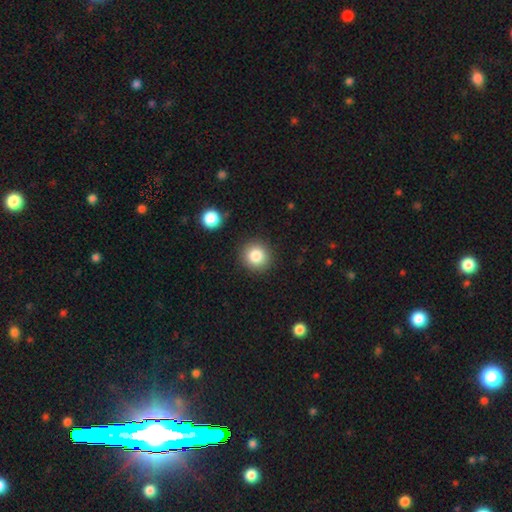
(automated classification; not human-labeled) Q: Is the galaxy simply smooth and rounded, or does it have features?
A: smooth — 82%.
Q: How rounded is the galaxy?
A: round — 92%.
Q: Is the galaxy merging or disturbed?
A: none — 88%.